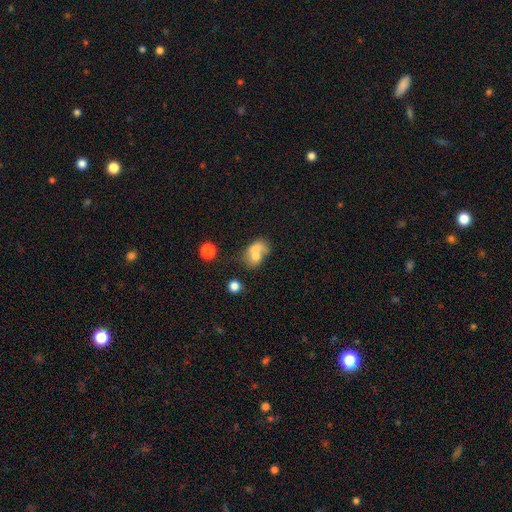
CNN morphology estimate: smooth 63%, featured or disk 26%, star or artifact 11%. Down the decision tree: how rounded — in between (65%); merging — merger (62%).